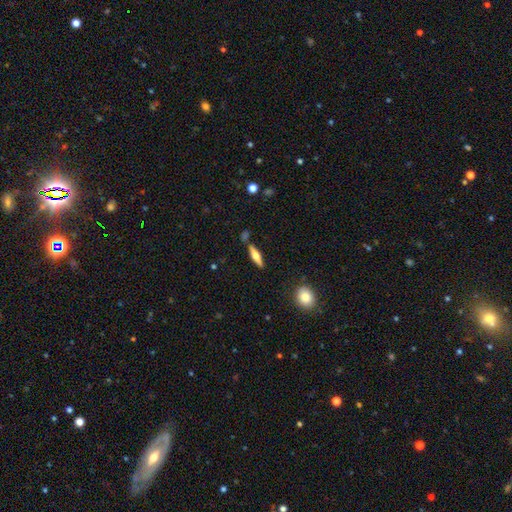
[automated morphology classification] Q: Smooth or featured?
A: smooth (51%); runner-up: featured or disk (43%)
Q: How rounded?
A: cigar-shaped (68%); runner-up: in between (29%)
Q: Merging?
A: none (81%); runner-up: minor disturbance (10%)